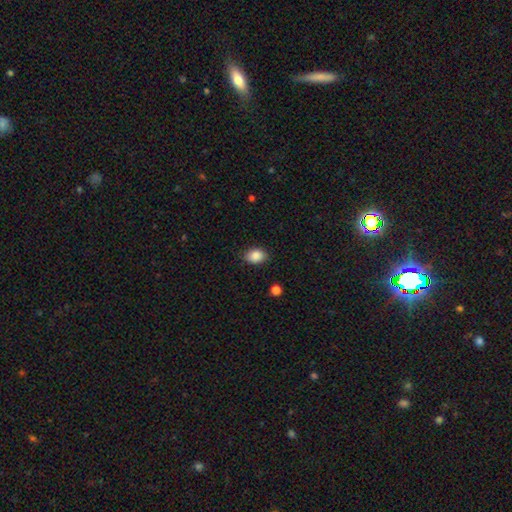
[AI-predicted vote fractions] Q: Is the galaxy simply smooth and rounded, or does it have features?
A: smooth — 88%.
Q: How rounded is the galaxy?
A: in between — 73%.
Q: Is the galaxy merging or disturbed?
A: none — 84%.